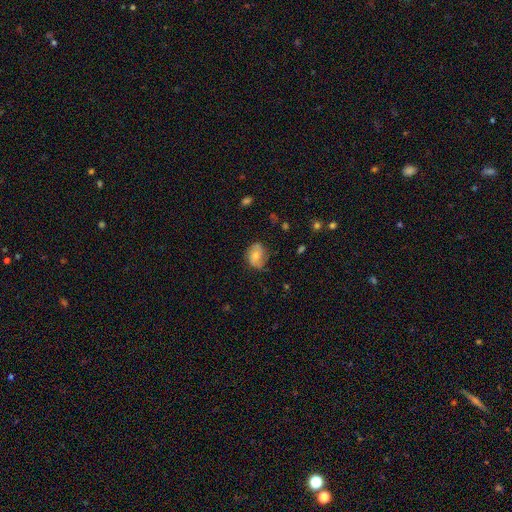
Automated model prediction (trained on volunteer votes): smooth-or-featured: featured or disk: 46% (tied) | smooth: 46% (tied) | star or artifact: 8%
  merging: none: 63% | minor disturbance: 27% | major disturbance: 8% | merger: 1%